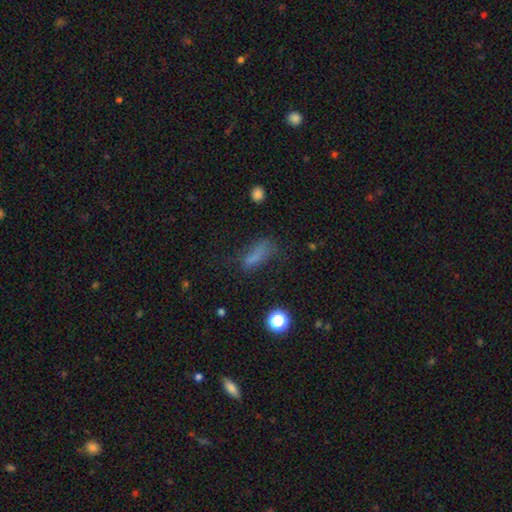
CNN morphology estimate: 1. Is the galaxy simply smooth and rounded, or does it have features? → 68% smooth, 18% star or artifact, 14% featured or disk.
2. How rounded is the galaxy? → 56% in between, 38% cigar-shaped, 6% round.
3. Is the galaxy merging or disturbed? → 46% none, 26% minor disturbance, 22% major disturbance, 5% merger.